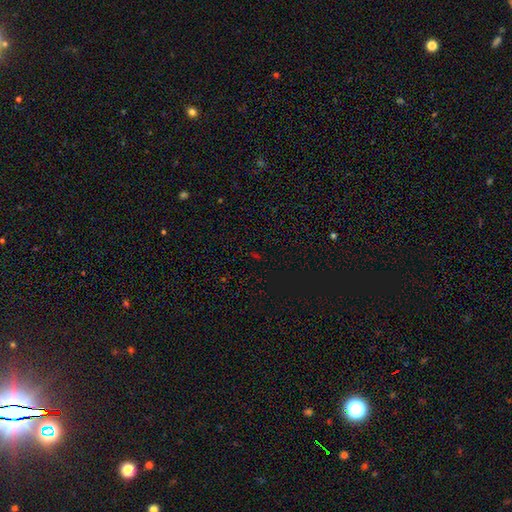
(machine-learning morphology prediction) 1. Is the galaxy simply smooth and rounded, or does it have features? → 66% star or artifact, 26% smooth, 8% featured or disk.